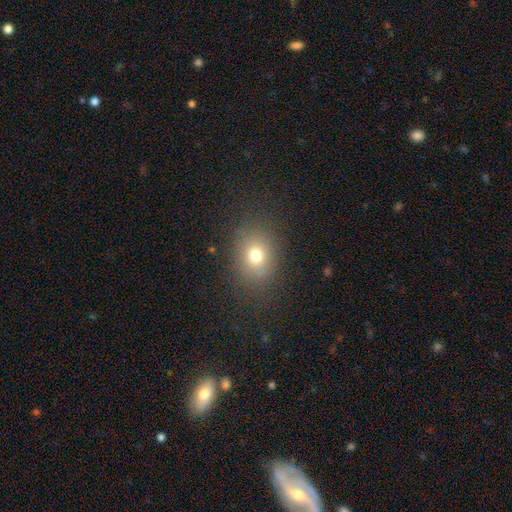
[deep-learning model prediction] Overall: smooth (72%). How rounded: in between (52%; round 47%). Merging: none (81%).